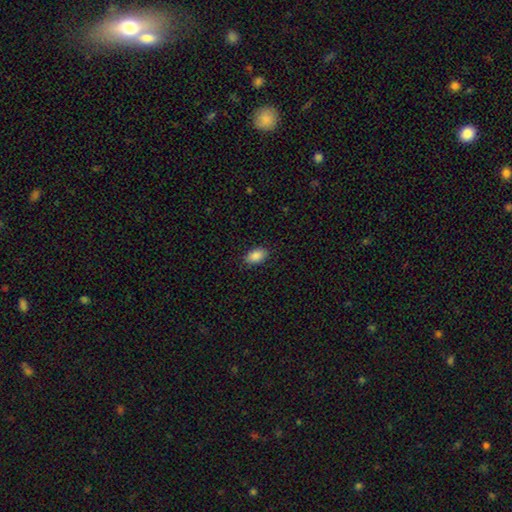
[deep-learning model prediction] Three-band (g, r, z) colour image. It shows a smooth galaxy with no disk features (89%) that is in between round and cigar-shaped (91%). Merging: none (86%).